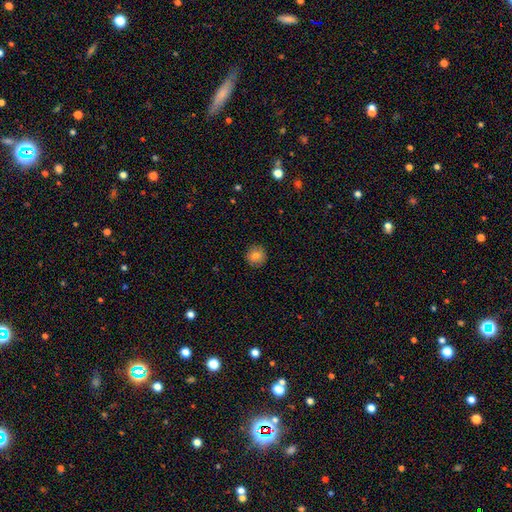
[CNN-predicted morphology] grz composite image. It shows a smooth galaxy with no disk features (81%) that is round (92%). Merging: none (90%).